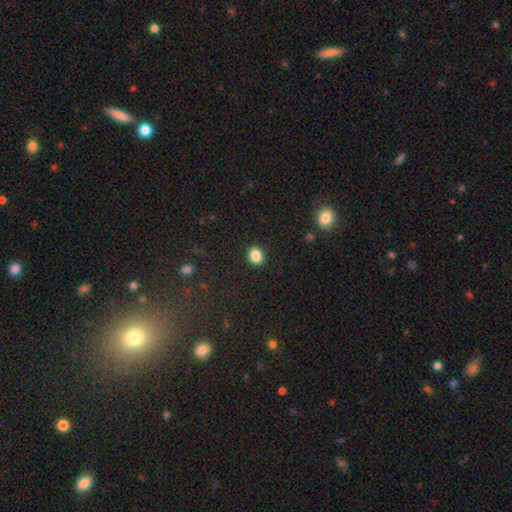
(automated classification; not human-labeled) smooth 87%, star or artifact 9%, featured or disk 4%. Down the decision tree: how rounded — round (54%); merging — none (90%).